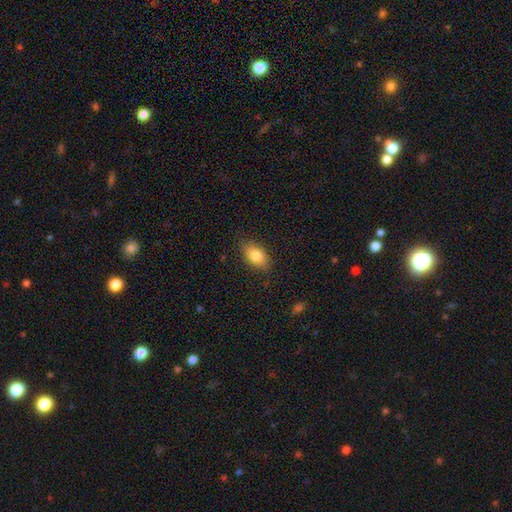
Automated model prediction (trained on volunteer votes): Smooth or featured: smooth — 82% (featured or disk — 10%)
How rounded: in between — 87% (round — 11%)
Merging: none — 82% (minor disturbance — 14%)